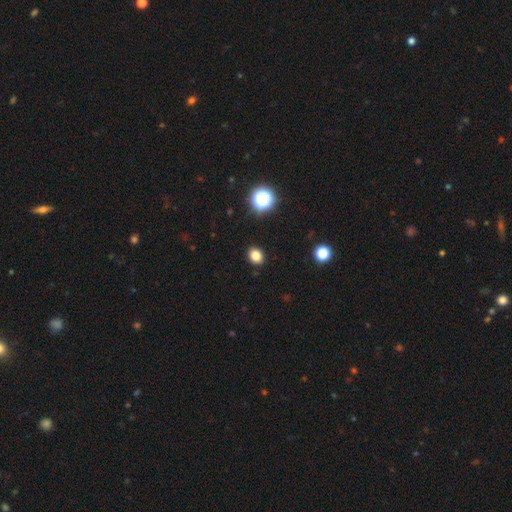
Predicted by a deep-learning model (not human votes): Overall: smooth (82%). How rounded: round (52%; in between 47%). Merging: none (91%).